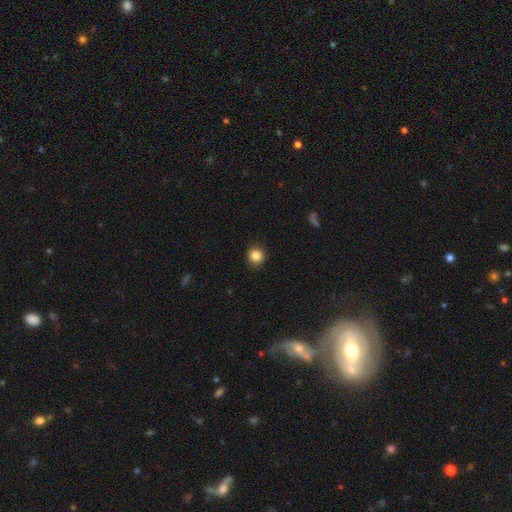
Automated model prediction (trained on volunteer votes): Smooth or featured? Predicted: smooth (p=0.85). How rounded? Predicted: round (p=0.90). Merging? Predicted: none (p=0.90).